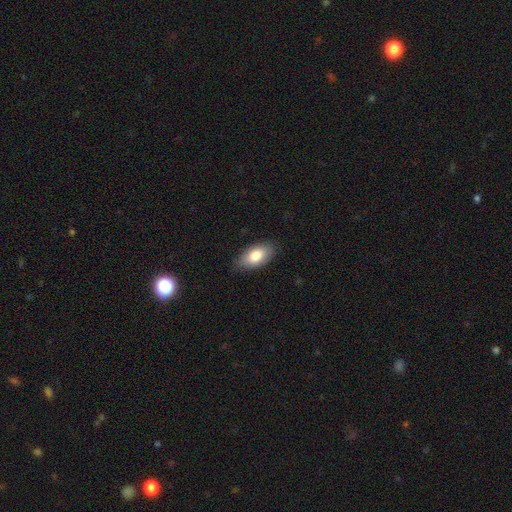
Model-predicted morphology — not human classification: Q: Smooth or featured?
A: smooth (81%); runner-up: featured or disk (13%)
Q: How rounded?
A: in between (93%); runner-up: cigar-shaped (4%)
Q: Merging?
A: none (83%); runner-up: minor disturbance (14%)